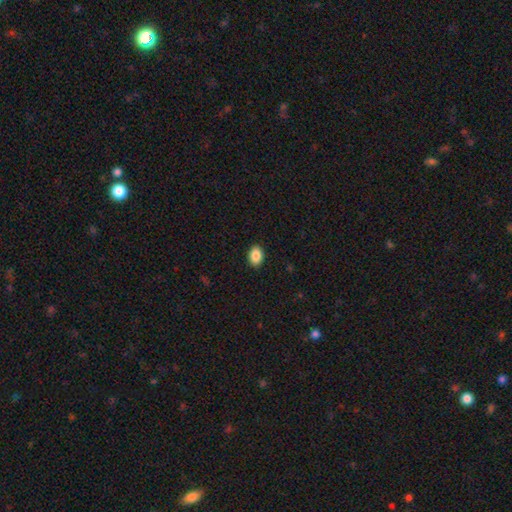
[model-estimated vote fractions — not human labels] Smooth or featured: smooth — 88% (star or artifact — 8%)
How rounded: in between — 80% (round — 19%)
Merging: none — 91% (minor disturbance — 7%)